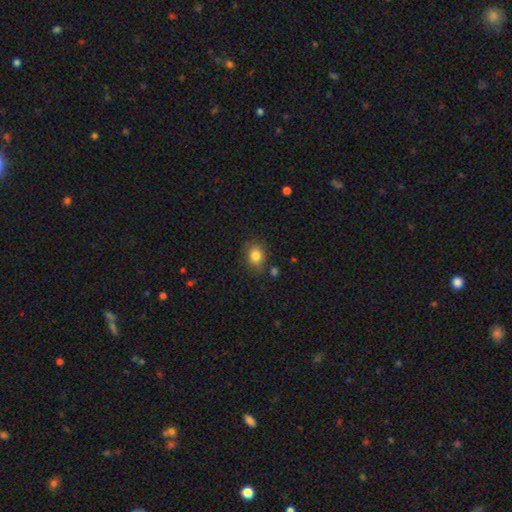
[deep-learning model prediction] smooth_or_featured: smooth (p=0.84) [alt: star or artifact p=0.10]
how_rounded: in between (p=0.51) [alt: round p=0.48]
merging: none (p=0.76) [alt: minor disturbance p=0.16]